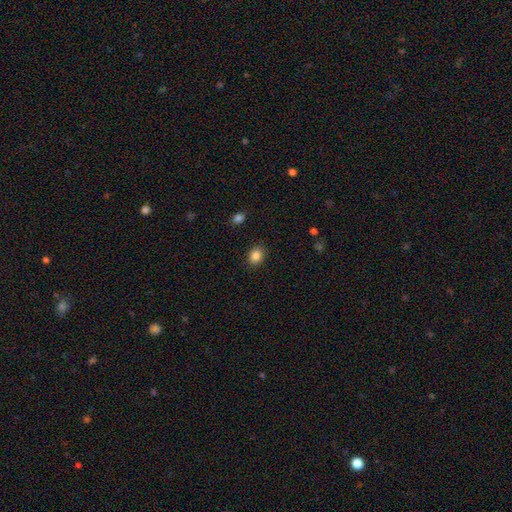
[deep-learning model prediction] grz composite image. It shows a smooth galaxy with no disk features (86%) that is round (57%). Merging: none (89%).